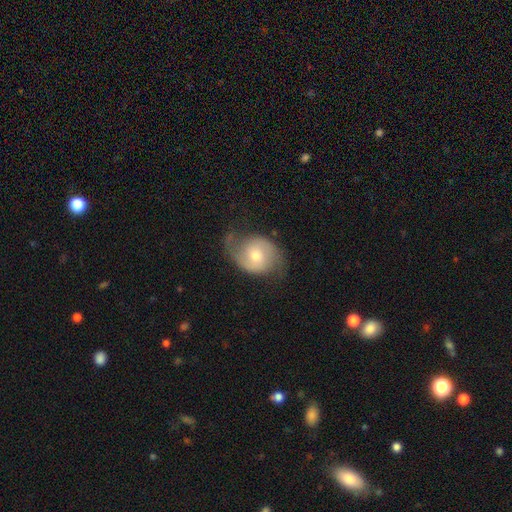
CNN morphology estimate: featured or disk 72%, smooth 21%, star or artifact 6%. Down the decision tree: edge-on disk — no (97%); bar — no (62%); spiral arms — yes (91%); spiral arm count — 2 (86%); spiral winding — medium (43%); bulge size — moderate (63%); merging — none (62%).